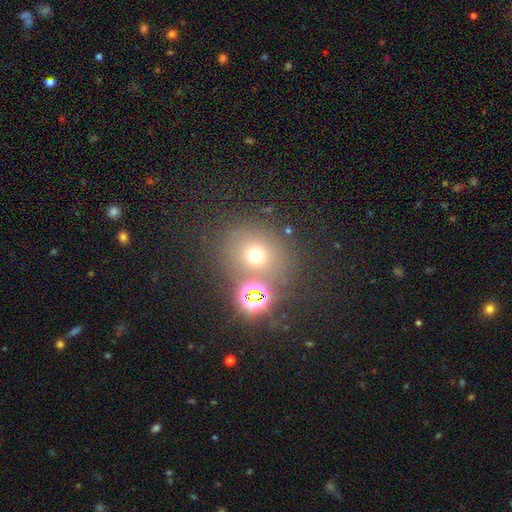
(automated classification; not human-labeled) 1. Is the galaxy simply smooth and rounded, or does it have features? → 61% smooth, 28% star or artifact, 11% featured or disk.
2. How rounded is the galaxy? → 83% round, 15% in between, 1% cigar-shaped.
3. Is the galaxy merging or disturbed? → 72% none, 12% merger, 10% minor disturbance, 5% major disturbance.